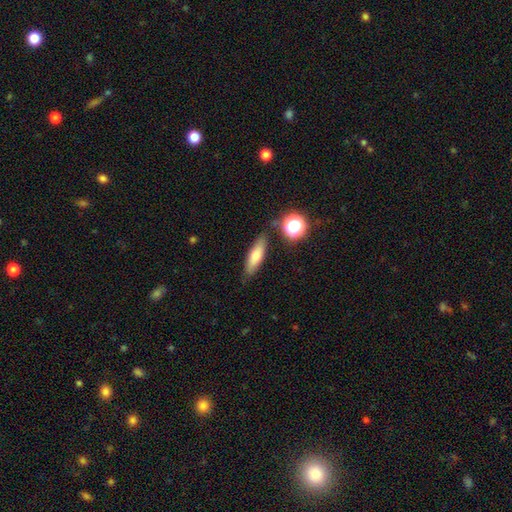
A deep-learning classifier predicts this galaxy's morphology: Overall: smooth (67%). How rounded: cigar-shaped (55%; in between 41%). Merging: none (80%).